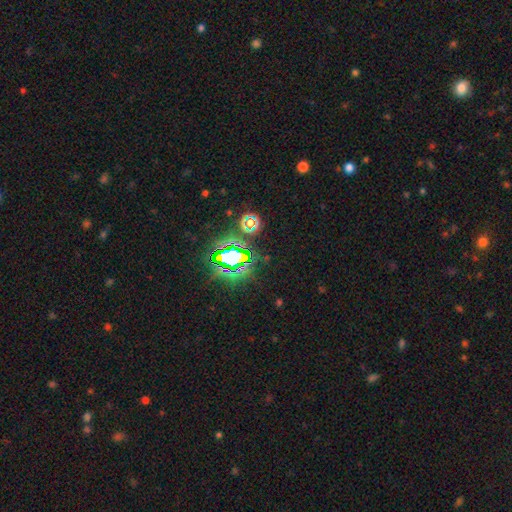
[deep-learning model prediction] The model was most divided on "smooth or featured": star or artifact: 80%, smooth: 12%, featured or disk: 8%.